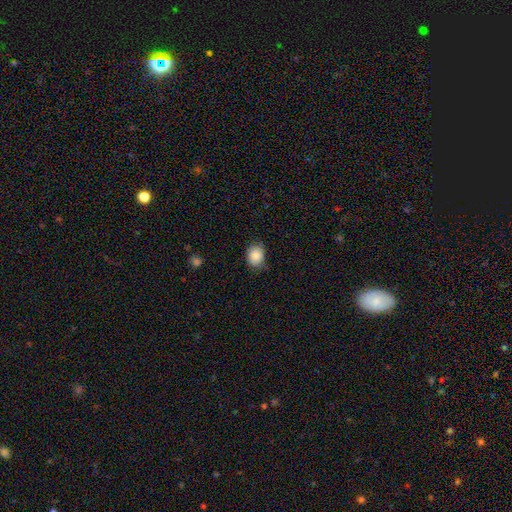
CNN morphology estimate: The model was most divided on "how rounded": round: 55%, in between: 45%, cigar-shaped: 1%. More confident: smooth or featured — smooth (85%); merging — none (74%).